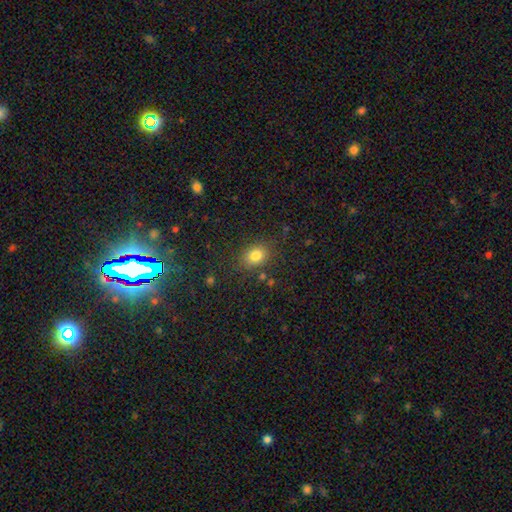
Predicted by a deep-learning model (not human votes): Smooth or featured?
  - smooth: 80% *
  - star or artifact: 13%
  - featured or disk: 7%
How rounded?
  - in between: 61% *
  - round: 37%
  - cigar-shaped: 1%
Merging?
  - none: 81% *
  - minor disturbance: 12%
  - major disturbance: 4%
  - merger: 3%